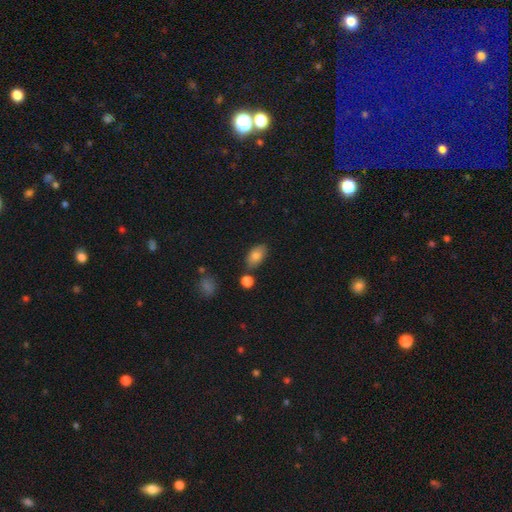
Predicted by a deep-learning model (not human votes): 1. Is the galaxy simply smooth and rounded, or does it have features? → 81% smooth, 10% featured or disk, 8% star or artifact.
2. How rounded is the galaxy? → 91% in between, 7% round, 2% cigar-shaped.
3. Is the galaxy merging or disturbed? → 74% none, 15% minor disturbance, 8% merger, 3% major disturbance.